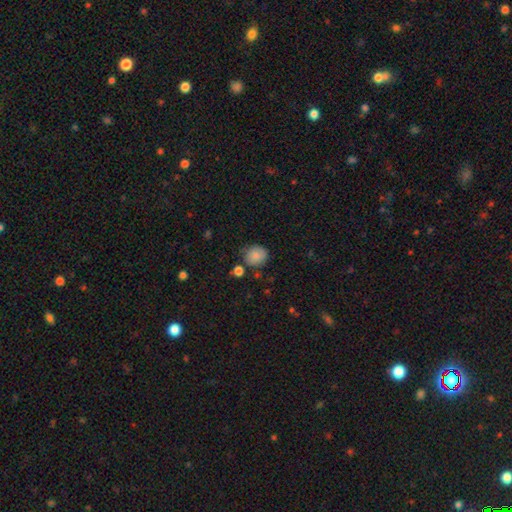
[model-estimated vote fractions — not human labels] Morphology: type=smooth (82%); roundness=round (79%); merging=none (75%).